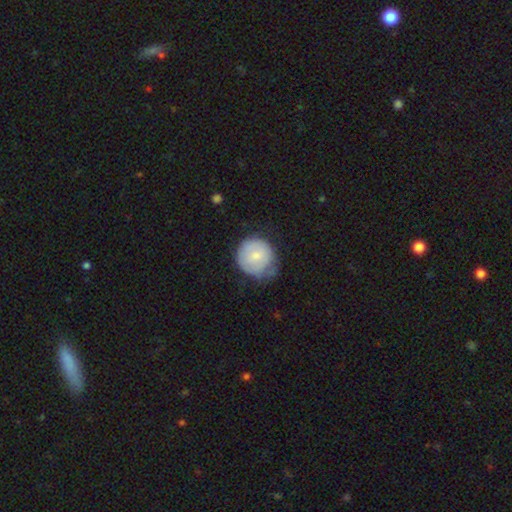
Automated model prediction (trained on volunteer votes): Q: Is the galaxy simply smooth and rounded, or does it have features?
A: smooth — 69%.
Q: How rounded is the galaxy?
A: round — 90%.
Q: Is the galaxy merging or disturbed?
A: none — 52%.